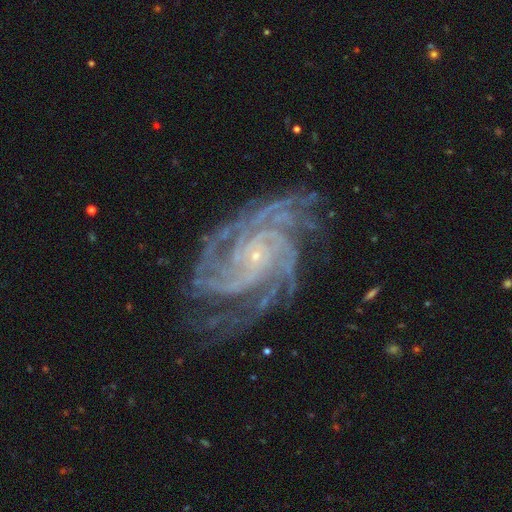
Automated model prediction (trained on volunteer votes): featured or disk 92%, star or artifact 5%, smooth 3%. Down the decision tree: edge-on disk — no (98%); bar — no (70%); spiral arms — yes (99%); spiral arm count — 4 (31%); spiral winding — tight (68%); bulge size — small (89%); merging — none (74%).